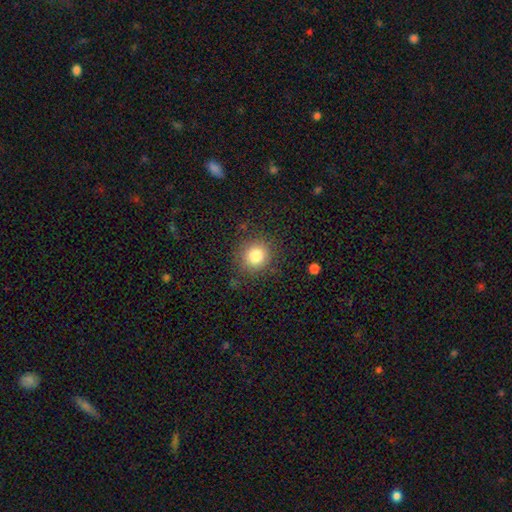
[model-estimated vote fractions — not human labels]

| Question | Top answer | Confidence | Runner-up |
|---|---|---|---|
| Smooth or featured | smooth | 82% | star or artifact (11%) |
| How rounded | round | 88% | in between (11%) |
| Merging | none | 85% | minor disturbance (10%) |